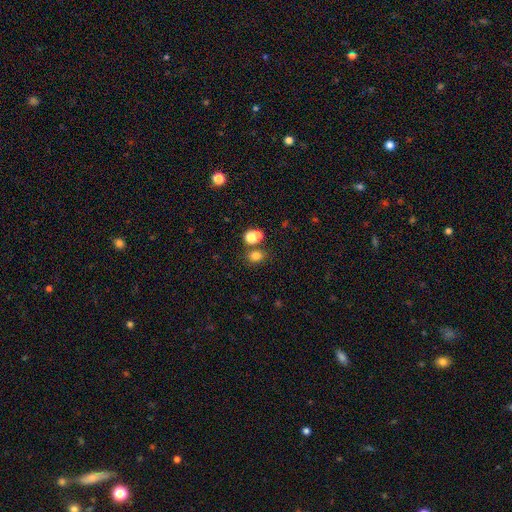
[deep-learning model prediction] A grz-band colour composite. It shows a smooth galaxy with no disk features (76%) that is round (59%). Merging: none (63%).